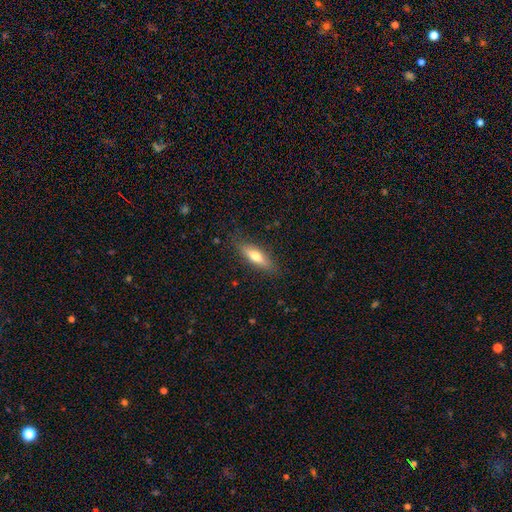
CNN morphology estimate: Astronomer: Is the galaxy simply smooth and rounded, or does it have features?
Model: smooth — 62%.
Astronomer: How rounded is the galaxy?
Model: cigar-shaped — 56% (runner-up: in between, 42%).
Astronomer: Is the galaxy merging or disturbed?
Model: none — 85%.